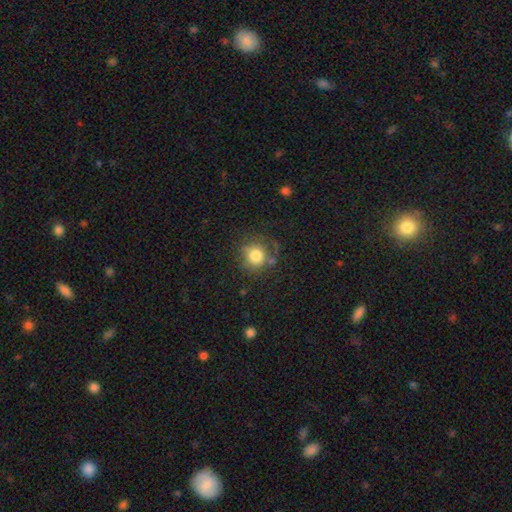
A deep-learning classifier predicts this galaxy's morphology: Smooth or featured? smooth (80%)
How rounded? round (87%)
Merging? none (71%)